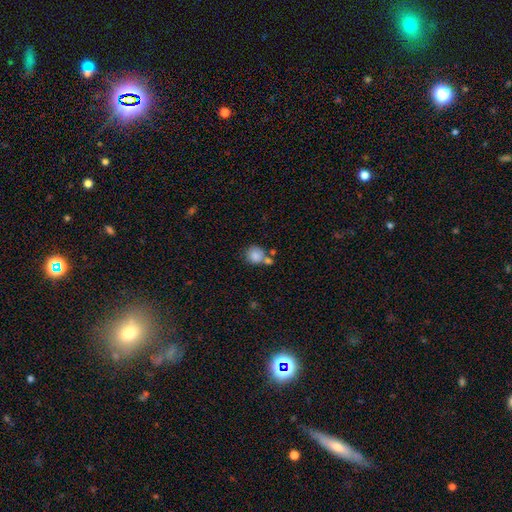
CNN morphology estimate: Smooth or featured: smooth — 84% (star or artifact — 9%)
How rounded: round — 86% (in between — 13%)
Merging: none — 52% (merger — 30%)